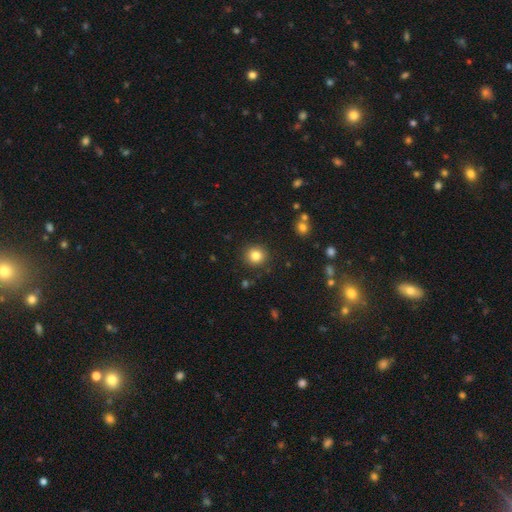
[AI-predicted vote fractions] Overall: smooth (82%). How rounded: round (91%). Merging: none (90%).